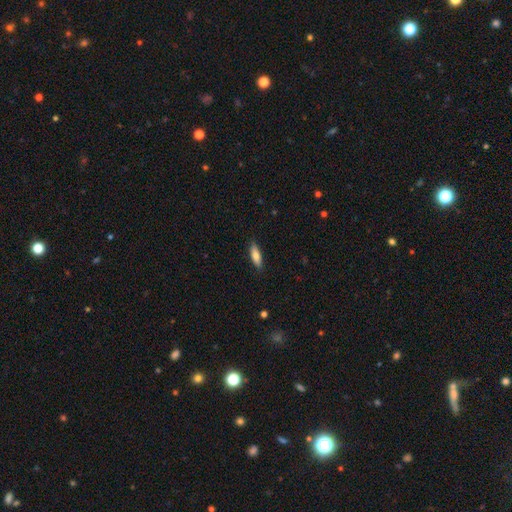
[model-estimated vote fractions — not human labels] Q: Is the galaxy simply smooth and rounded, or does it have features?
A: smooth — 76%.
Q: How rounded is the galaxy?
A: in between — 50%.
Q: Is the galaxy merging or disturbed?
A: none — 88%.